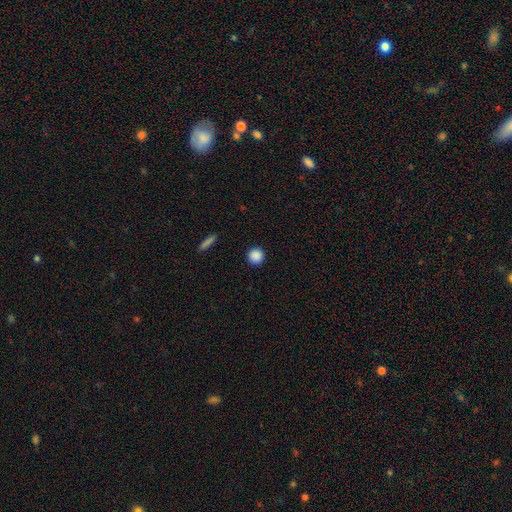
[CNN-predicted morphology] Smooth or featured: smooth — 88% (star or artifact — 9%)
How rounded: round — 95% (in between — 4%)
Merging: none — 93% (minor disturbance — 5%)